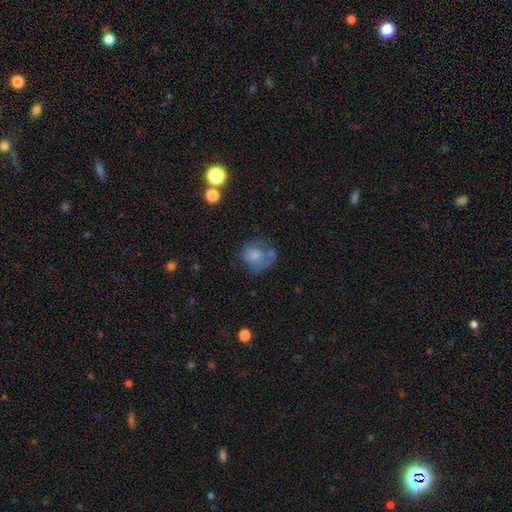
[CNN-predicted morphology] Q: Smooth or featured?
A: smooth (62%); runner-up: featured or disk (27%)
Q: How rounded?
A: round (64%); runner-up: in between (35%)
Q: Merging?
A: none (36%); runner-up: major disturbance (26%)